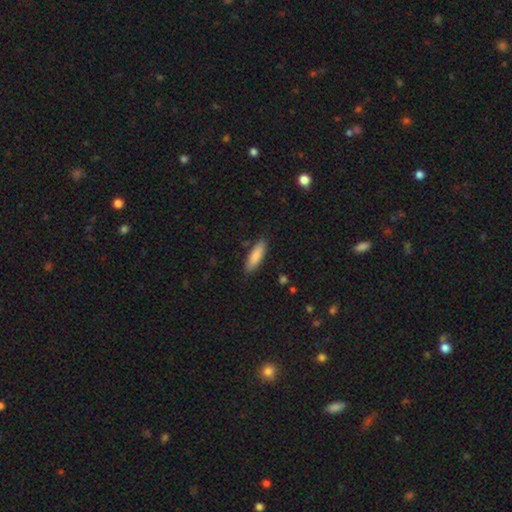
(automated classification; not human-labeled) Morphology: type=smooth (84%); roundness=cigar-shaped (58%); merging=none (86%).